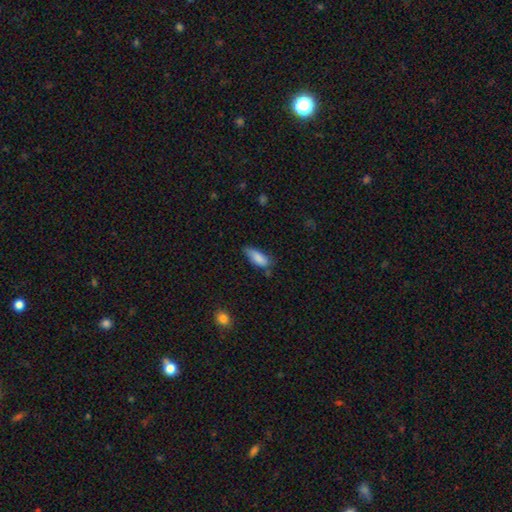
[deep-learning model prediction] Overall: smooth (86%). How rounded: in between (74%). Merging: none (58%; minor disturbance 32%).